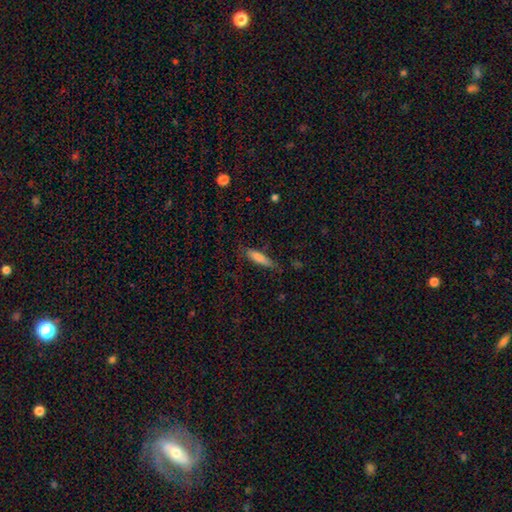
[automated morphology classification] smooth_or_featured: smooth (p=0.74) [alt: featured or disk p=0.18]
how_rounded: cigar-shaped (p=0.75) [alt: in between p=0.23]
merging: none (p=0.73) [alt: minor disturbance p=0.20]